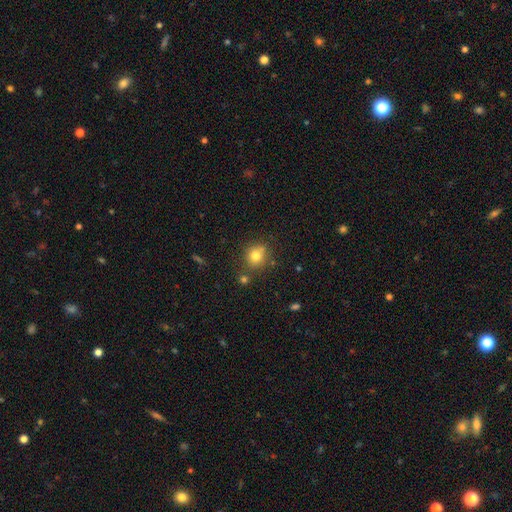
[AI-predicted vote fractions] smooth 78%, star or artifact 13%, featured or disk 9%. Down the decision tree: how rounded — round (81%); merging — none (72%).